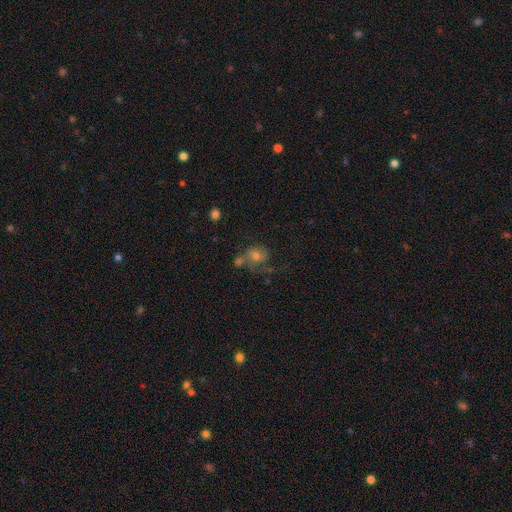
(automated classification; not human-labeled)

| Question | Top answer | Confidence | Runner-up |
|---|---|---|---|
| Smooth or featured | featured or disk | 47% | smooth (38%) |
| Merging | none | 39% | merger (23%) |